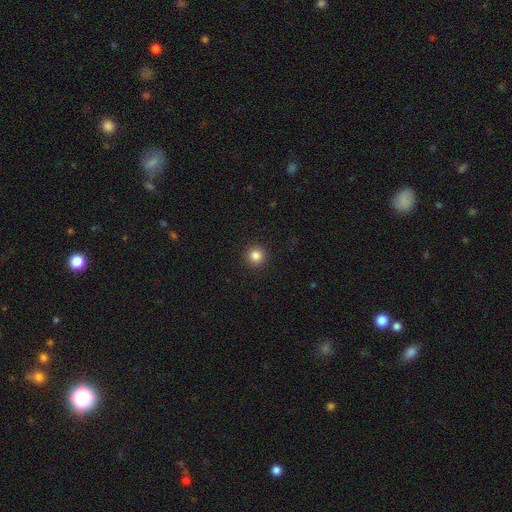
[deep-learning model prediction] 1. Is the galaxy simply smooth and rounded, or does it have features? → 84% smooth, 11% star or artifact, 4% featured or disk.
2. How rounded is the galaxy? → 96% round, 3% in between, 1% cigar-shaped.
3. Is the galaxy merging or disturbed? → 93% none, 4% minor disturbance, 2% major disturbance, 1% merger.